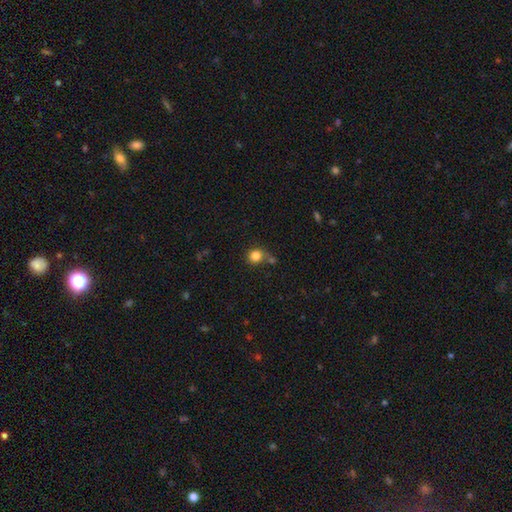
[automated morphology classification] A smooth galaxy with no disk features (83%) that is round (87%).

Vote fractions:
- Smooth or featured? smooth: 83% / star or artifact: 11% / featured or disk: 6%
- How rounded? round: 87% / in between: 12% / cigar-shaped: 1%
- Merging? none: 63% / merger: 16% / minor disturbance: 15% / major disturbance: 6%